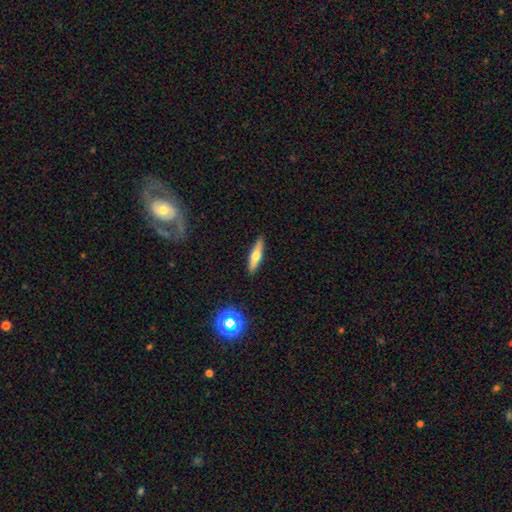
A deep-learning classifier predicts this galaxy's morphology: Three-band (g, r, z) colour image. It shows a smooth galaxy with no disk features (50%). Merging: none (90%).